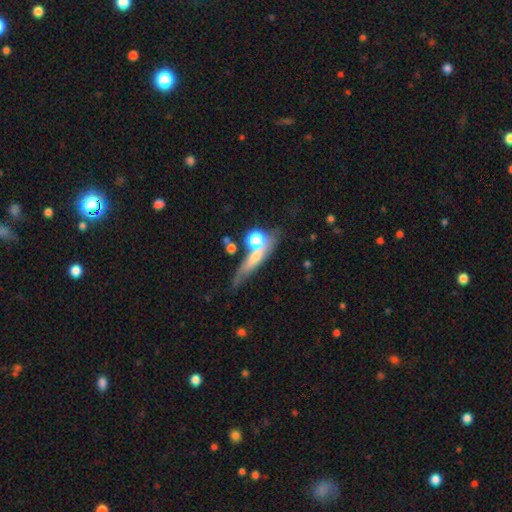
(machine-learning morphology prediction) A smooth galaxy with no disk features (44%).

Vote fractions:
- Smooth or featured? smooth: 44% / featured or disk: 39% / star or artifact: 17%
- Merging? none: 56% / minor disturbance: 18% / merger: 16% / major disturbance: 11%